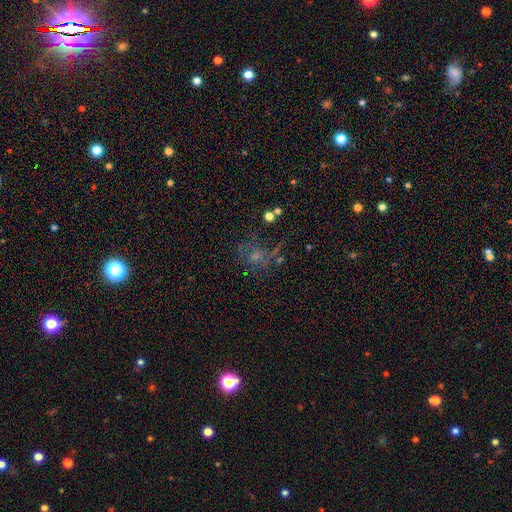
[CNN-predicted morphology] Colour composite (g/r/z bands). It shows a smooth galaxy with no disk features (34%, tied with star or artifact). Merging: none (51%).